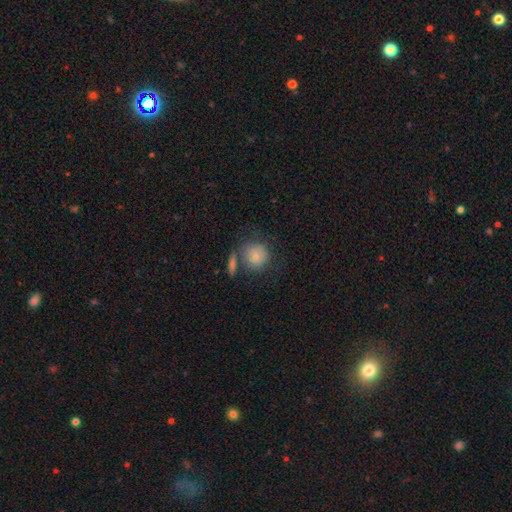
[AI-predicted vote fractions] Smooth or featured: smooth — 79% (featured or disk — 13%)
How rounded: round — 85% (in between — 13%)
Merging: none — 57% (merger — 19%)